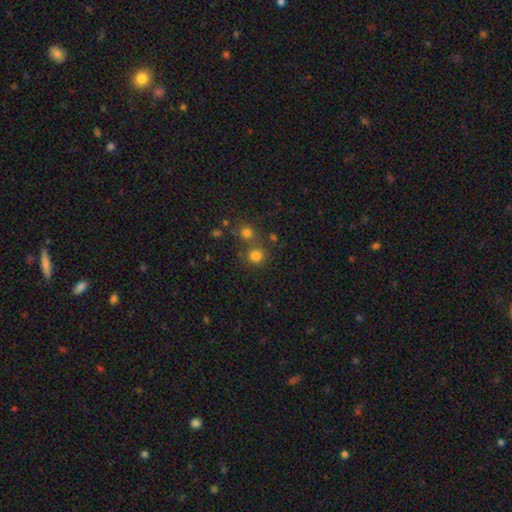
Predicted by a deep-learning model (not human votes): The model was most divided on "merging": none: 60%, merger: 27%, minor disturbance: 9%, major disturbance: 4%. More confident: how rounded — round (87%); smooth or featured — smooth (78%).